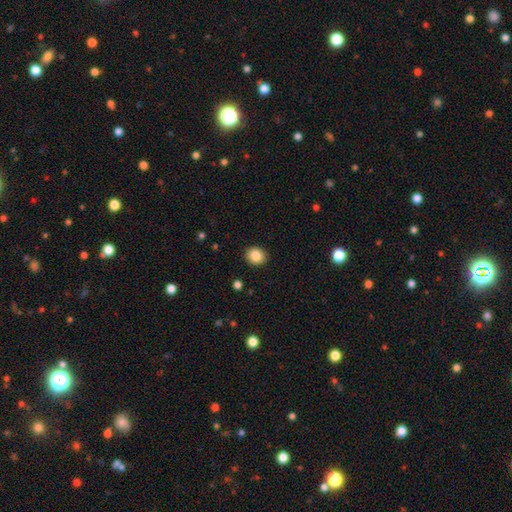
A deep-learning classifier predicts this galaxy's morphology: Overall: smooth (87%). How rounded: round (69%; in between 30%). Merging: none (90%).